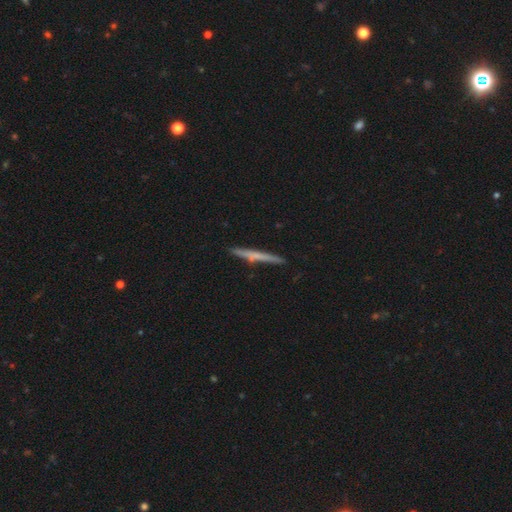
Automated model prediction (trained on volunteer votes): smooth_or_featured: featured or disk (p=0.50) [alt: smooth p=0.45]
merging: none (p=0.89) [alt: minor disturbance p=0.08]